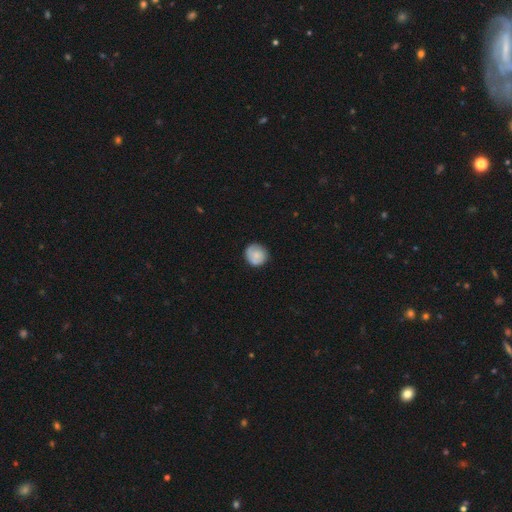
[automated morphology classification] A smooth galaxy with no disk features (69%) that is round (88%). Merging: none (76%).